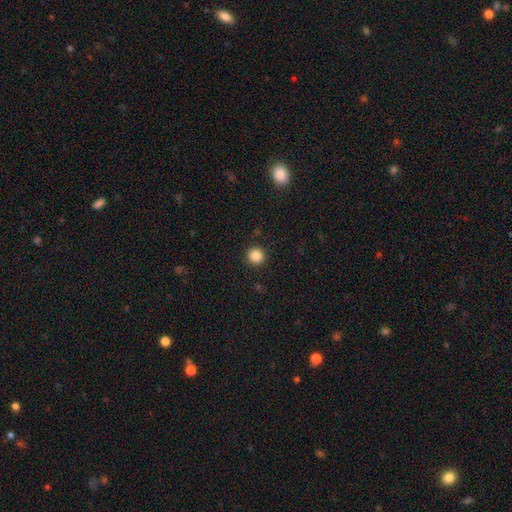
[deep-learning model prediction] The model was most divided on "smooth or featured": smooth: 86%, star or artifact: 11%, featured or disk: 3%. More confident: how rounded — round (95%); merging — none (92%).